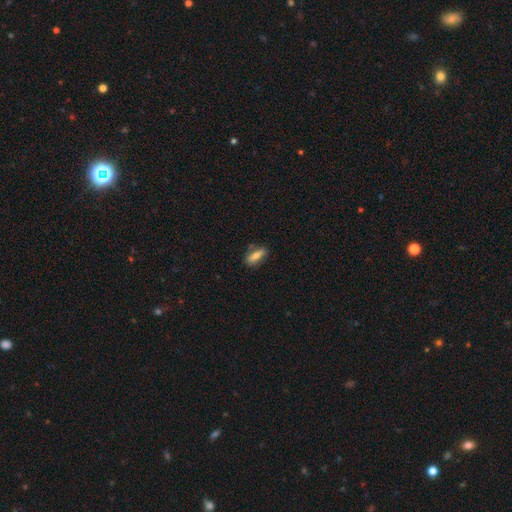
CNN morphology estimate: smooth-or-featured: smooth: 74% | featured or disk: 18% | star or artifact: 8%
  how-rounded: in between: 57% | cigar-shaped: 39% | round: 3%
  merging: none: 74% | minor disturbance: 17% | merger: 5% | major disturbance: 4%